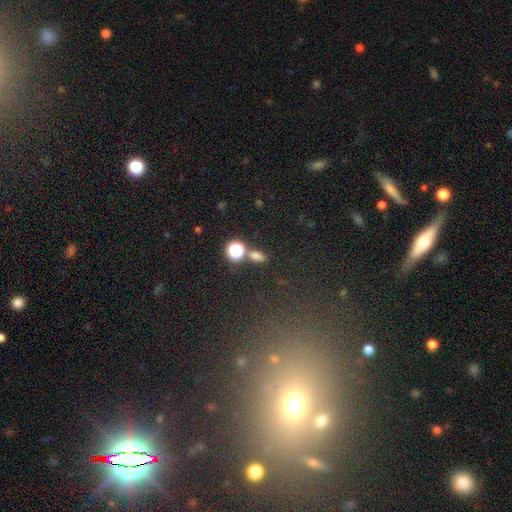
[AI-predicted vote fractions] Morphology: type=smooth (73%); roundness=in between (71%); merging=none (69%).